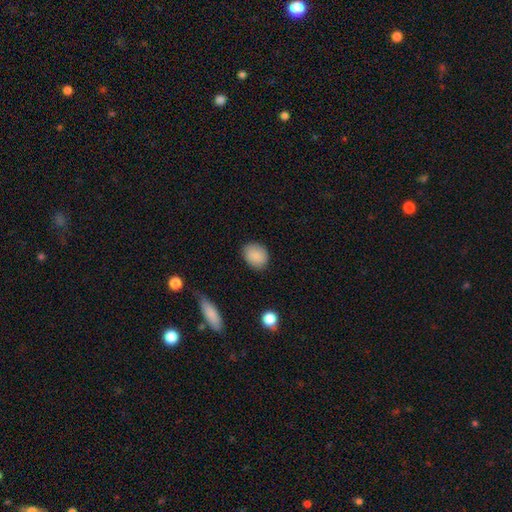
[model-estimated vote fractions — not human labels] A smooth galaxy with no disk features (87%) that is round (51%).

Vote fractions:
- Smooth or featured? smooth: 87% / star or artifact: 8% / featured or disk: 6%
- How rounded? round: 51% / in between: 48% / cigar-shaped: 1%
- Merging? none: 83% / minor disturbance: 13% / major disturbance: 3% / merger: 1%